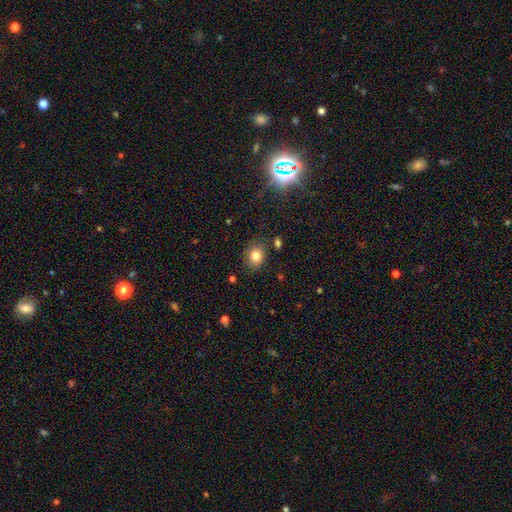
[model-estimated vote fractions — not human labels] A smooth galaxy with no disk features (81%) that is round (52%). Merging: none (81%).